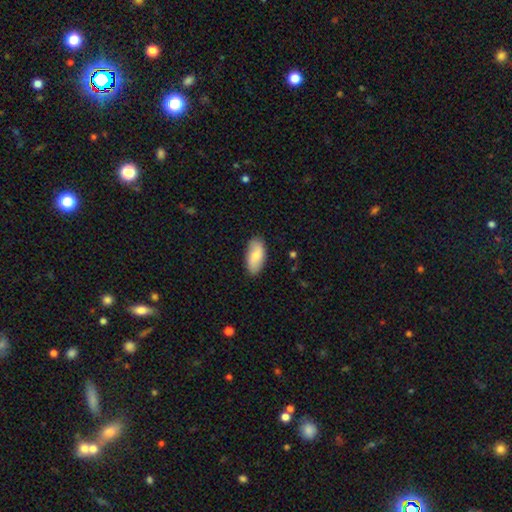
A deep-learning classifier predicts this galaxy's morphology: smooth-or-featured: smooth: 77% | featured or disk: 18% | star or artifact: 6%
  how-rounded: in between: 93% | cigar-shaped: 5% | round: 2%
  merging: none: 84% | minor disturbance: 13% | major disturbance: 2% | merger: 1%